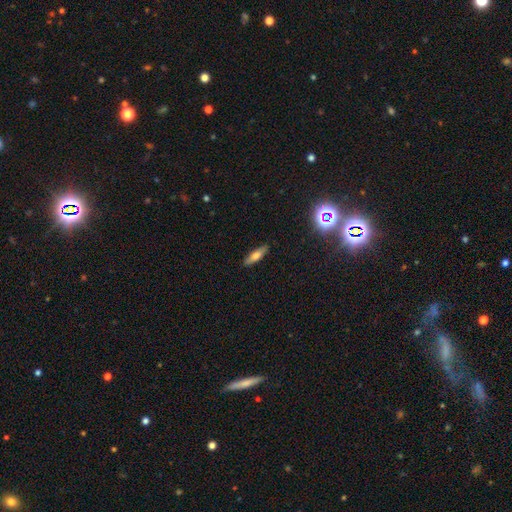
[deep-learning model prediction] Smooth or featured? Predicted: smooth (p=0.59). How rounded? Predicted: cigar-shaped (p=0.63). Merging? Predicted: none (p=0.87).